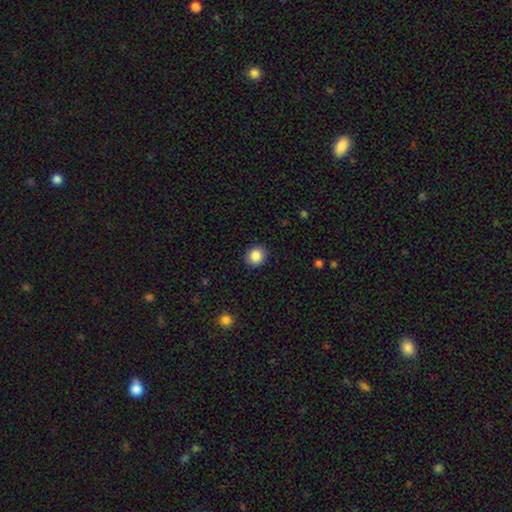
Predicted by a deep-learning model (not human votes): The model was most divided on "how rounded": round: 80%, in between: 19%, cigar-shaped: 1%. More confident: merging — none (89%); smooth or featured — smooth (88%).